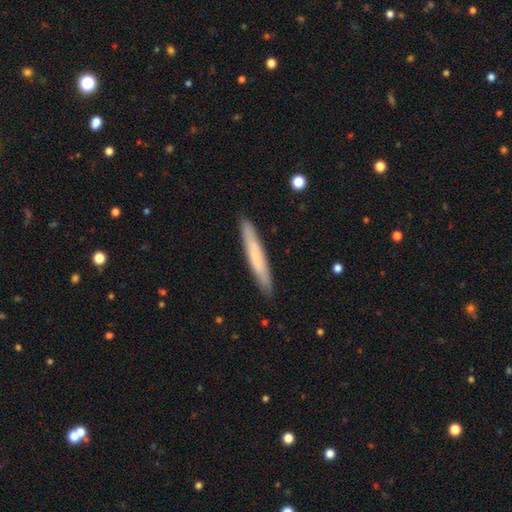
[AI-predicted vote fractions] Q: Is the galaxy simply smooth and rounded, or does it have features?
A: smooth — 65%.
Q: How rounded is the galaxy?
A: cigar-shaped — 96%.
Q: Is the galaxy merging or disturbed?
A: none — 90%.